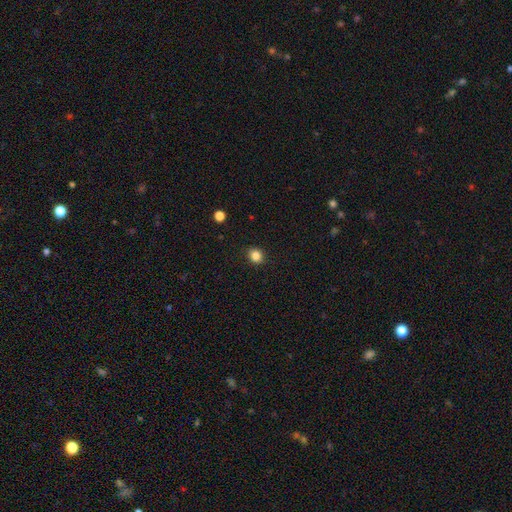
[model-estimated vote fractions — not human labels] Smooth or featured?
  - smooth: 85% *
  - star or artifact: 11%
  - featured or disk: 4%
How rounded?
  - round: 73% *
  - in between: 27%
  - cigar-shaped: 1%
Merging?
  - none: 90% *
  - minor disturbance: 7%
  - major disturbance: 2%
  - merger: 1%